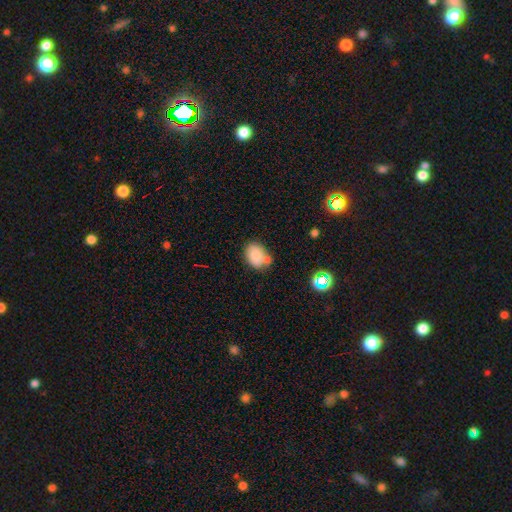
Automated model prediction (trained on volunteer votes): smooth_or_featured: smooth (p=0.82) [alt: star or artifact p=0.10]
how_rounded: in between (p=0.65) [alt: round p=0.34]
merging: none (p=0.53) [alt: merger p=0.24]